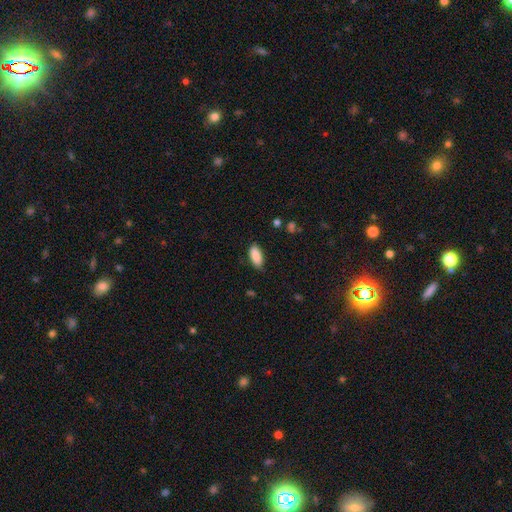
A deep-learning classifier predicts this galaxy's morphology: Smooth or featured? smooth (89%)
How rounded? in between (89%)
Merging? none (83%)